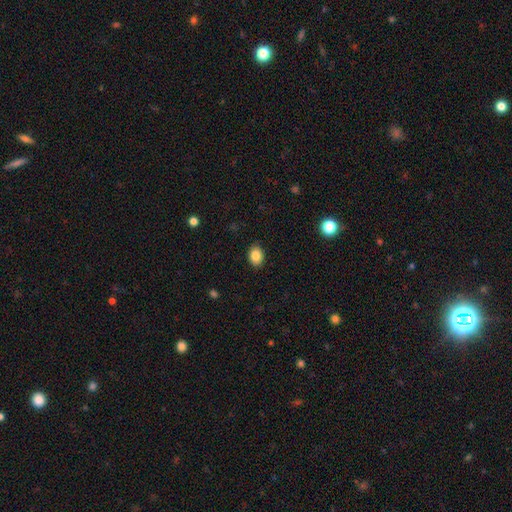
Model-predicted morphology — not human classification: The model was most divided on "how rounded": in between: 70%, round: 29%, cigar-shaped: 1%. More confident: merging — none (89%); smooth or featured — smooth (86%).